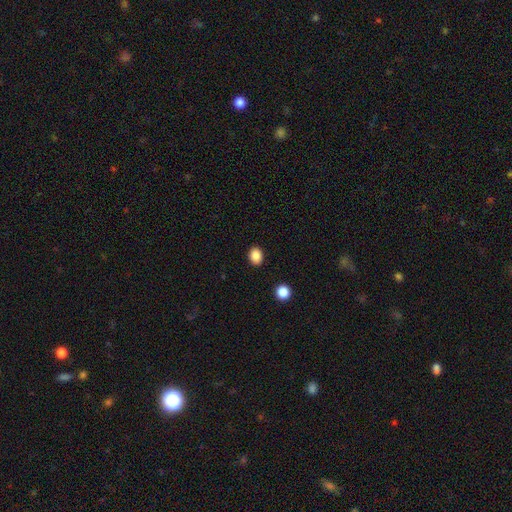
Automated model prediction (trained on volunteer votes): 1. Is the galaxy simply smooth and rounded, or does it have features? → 87% smooth, 9% star or artifact, 4% featured or disk.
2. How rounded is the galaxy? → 56% in between, 43% round, 1% cigar-shaped.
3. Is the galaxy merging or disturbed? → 90% none, 7% minor disturbance, 2% major disturbance, 1% merger.